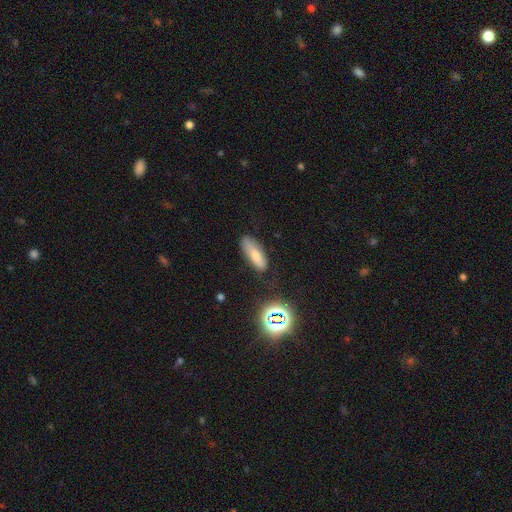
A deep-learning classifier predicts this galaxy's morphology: A smooth galaxy with no disk features (73%) that is in between round and cigar-shaped (60%). Merging: none (66%).